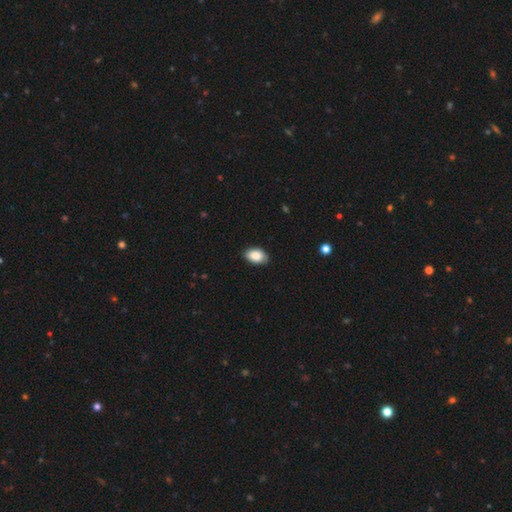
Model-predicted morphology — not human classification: Q: Smooth or featured?
A: smooth (88%); runner-up: star or artifact (7%)
Q: How rounded?
A: in between (90%); runner-up: round (9%)
Q: Merging?
A: none (84%); runner-up: minor disturbance (13%)